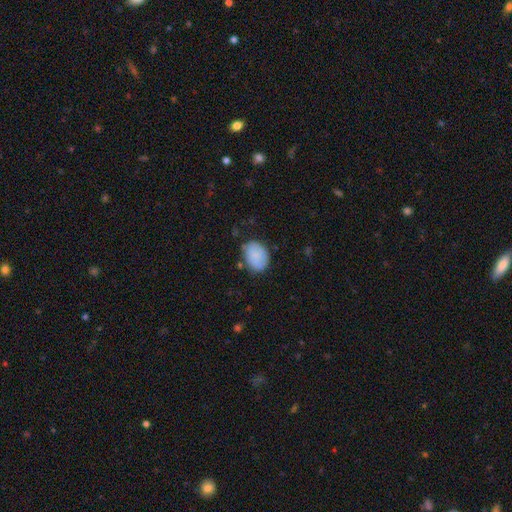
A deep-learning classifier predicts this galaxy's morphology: type=smooth (78%); roundness=in between (67%); merging=none (69%).